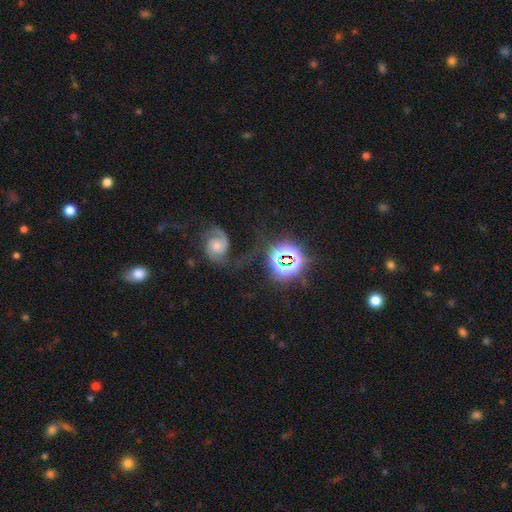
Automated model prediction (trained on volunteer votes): smooth-or-featured: star or artifact: 55% | featured or disk: 25% | smooth: 20%